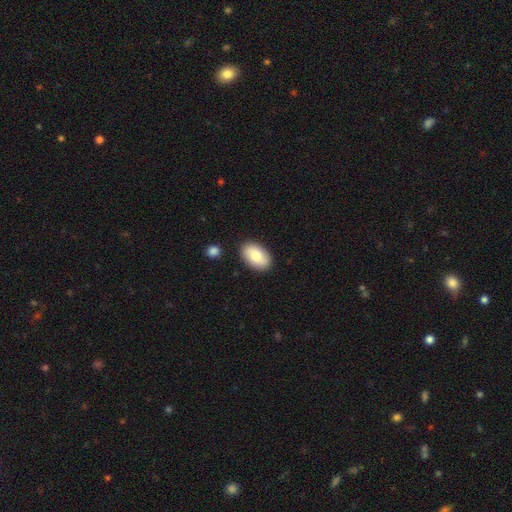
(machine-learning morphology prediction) Smooth or featured?
  - smooth: 80% *
  - featured or disk: 14%
  - star or artifact: 6%
How rounded?
  - in between: 92% *
  - round: 6%
  - cigar-shaped: 1%
Merging?
  - none: 86% *
  - minor disturbance: 9%
  - merger: 2%
  - major disturbance: 2%